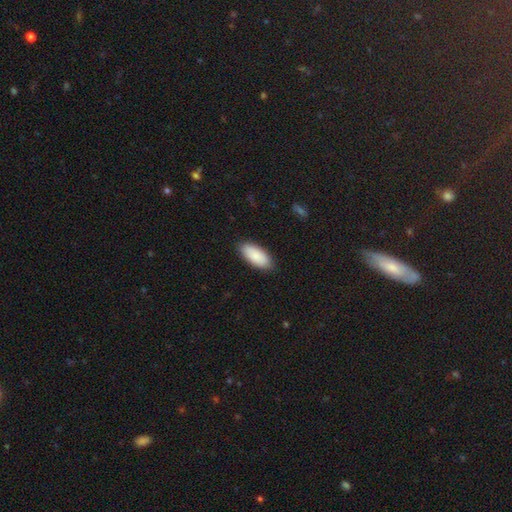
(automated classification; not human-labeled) smooth-or-featured: smooth: 88% | featured or disk: 6% | star or artifact: 6%
  how-rounded: in between: 90% | cigar-shaped: 8% | round: 2%
  merging: none: 87% | minor disturbance: 11% | major disturbance: 2% | merger: 1%